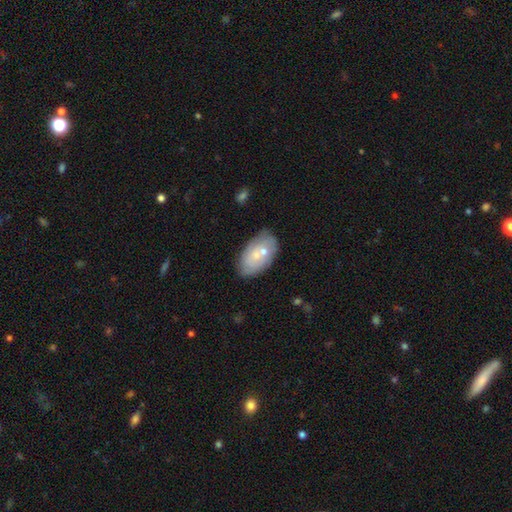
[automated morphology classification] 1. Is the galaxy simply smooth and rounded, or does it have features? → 57% smooth, 36% featured or disk, 7% star or artifact.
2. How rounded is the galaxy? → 93% in between, 5% round, 2% cigar-shaped.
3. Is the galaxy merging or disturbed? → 57% none, 20% minor disturbance, 17% merger, 5% major disturbance.